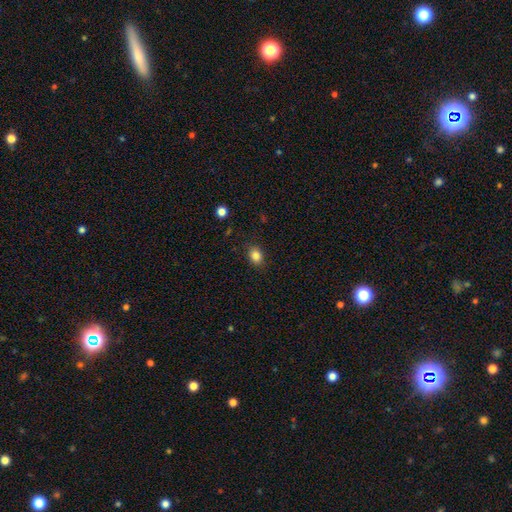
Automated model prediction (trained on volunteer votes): Smooth or featured?
  - smooth: 85% *
  - star or artifact: 10%
  - featured or disk: 5%
How rounded?
  - in between: 61% *
  - round: 38%
  - cigar-shaped: 1%
Merging?
  - none: 87% *
  - minor disturbance: 10%
  - major disturbance: 3%
  - merger: 1%